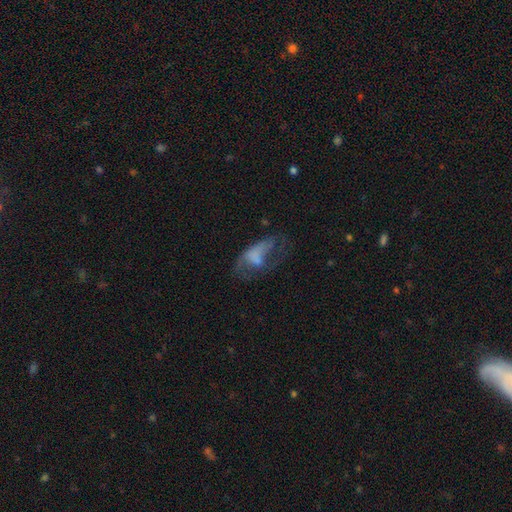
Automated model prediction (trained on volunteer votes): smooth-or-featured: featured or disk: 45% | smooth: 43% | star or artifact: 13%
  merging: major disturbance: 55% | none: 22% | minor disturbance: 17% | merger: 6%